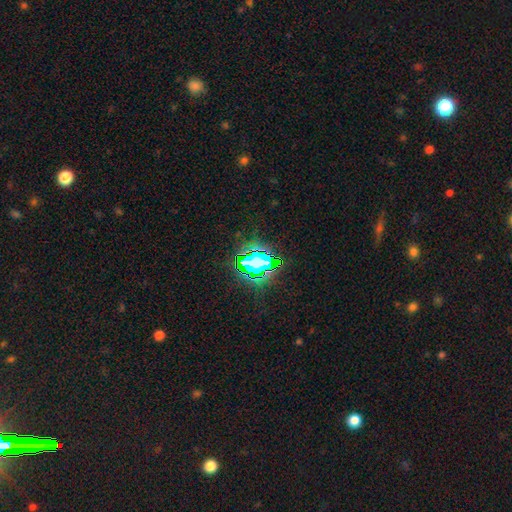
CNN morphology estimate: star or artifact 72%, smooth 17%, featured or disk 11%.